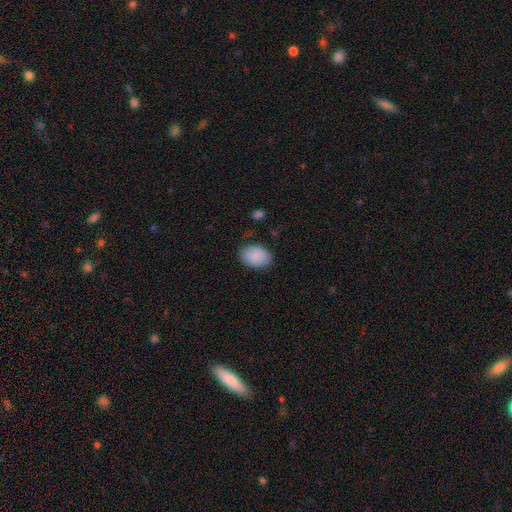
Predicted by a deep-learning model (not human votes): Smooth or featured? Predicted: smooth (p=0.88). How rounded? Predicted: in between (p=0.83). Merging? Predicted: none (p=0.82).